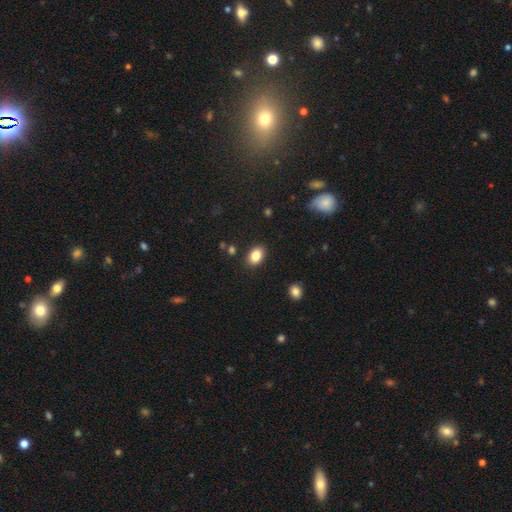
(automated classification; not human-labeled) Q: Smooth or featured?
A: smooth (85%); runner-up: star or artifact (9%)
Q: How rounded?
A: in between (82%); runner-up: round (16%)
Q: Merging?
A: none (86%); runner-up: minor disturbance (9%)